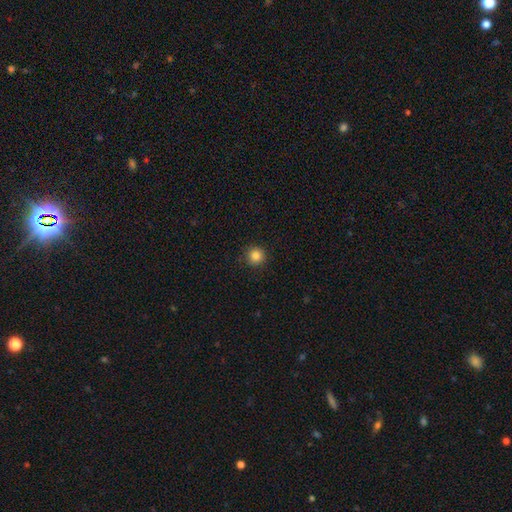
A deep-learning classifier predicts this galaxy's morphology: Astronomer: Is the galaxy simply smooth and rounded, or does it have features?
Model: smooth — 84%.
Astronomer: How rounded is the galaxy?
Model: round — 96%.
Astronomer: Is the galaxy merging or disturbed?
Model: none — 92%.